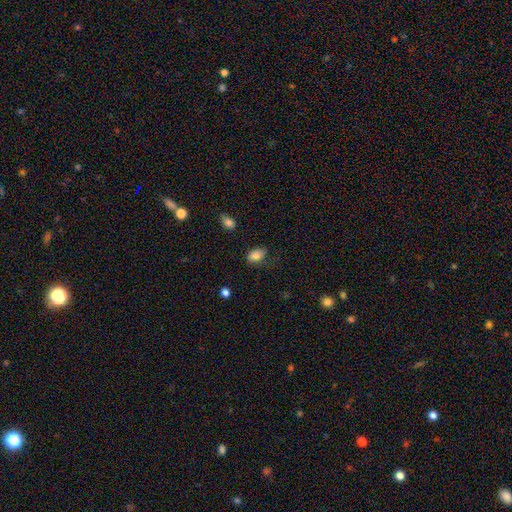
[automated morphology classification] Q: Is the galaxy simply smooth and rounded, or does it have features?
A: smooth — 82%.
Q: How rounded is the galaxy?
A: in between — 87%.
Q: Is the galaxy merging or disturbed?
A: none — 61%.